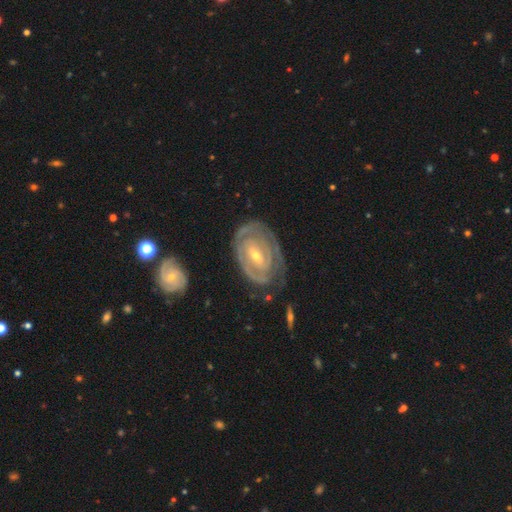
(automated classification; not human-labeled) A featured or disk galaxy (85%) with a weak bar (42%), 2 (42%) tight (77%) spiral arms (86%) and a small central bulge (62%). Merging: none (68%).